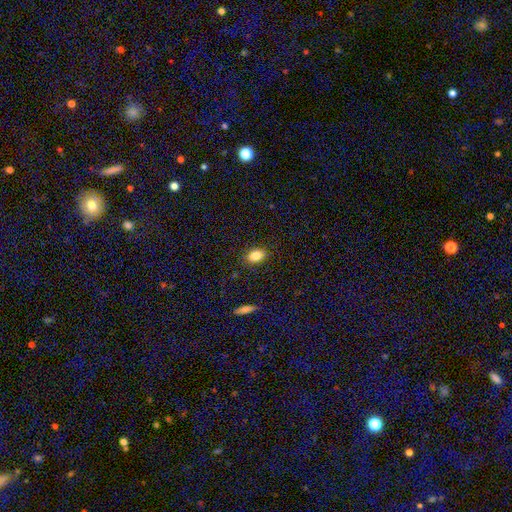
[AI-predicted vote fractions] Smooth or featured?
  - smooth: 85% *
  - star or artifact: 9%
  - featured or disk: 6%
How rounded?
  - in between: 82% *
  - round: 16%
  - cigar-shaped: 2%
Merging?
  - none: 86% *
  - minor disturbance: 10%
  - major disturbance: 3%
  - merger: 1%